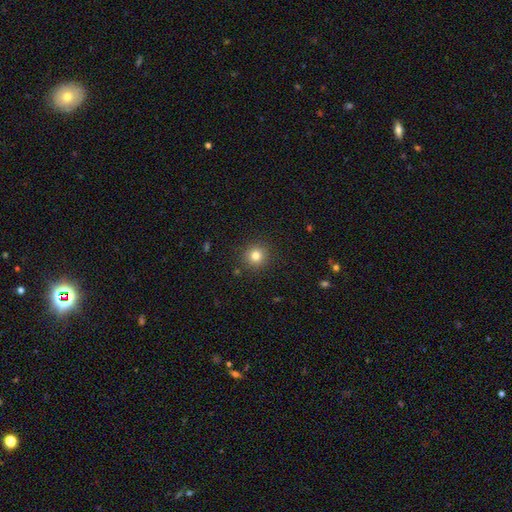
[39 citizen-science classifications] Volunteers were most divided on "smooth or featured": smooth: 77%, featured or disk: 13%, star or artifact: 10%. More confident: how rounded — round (90%); merging — none (86%).